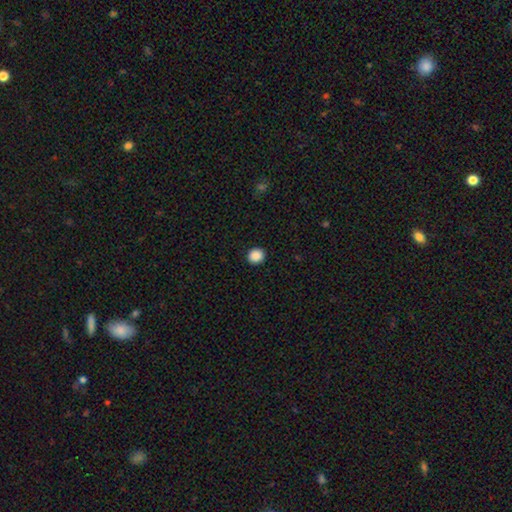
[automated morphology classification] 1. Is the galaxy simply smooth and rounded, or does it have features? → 89% smooth, 9% star or artifact, 2% featured or disk.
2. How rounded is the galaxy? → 87% round, 12% in between, 1% cigar-shaped.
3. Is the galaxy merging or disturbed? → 92% none, 5% minor disturbance, 2% major disturbance, 1% merger.